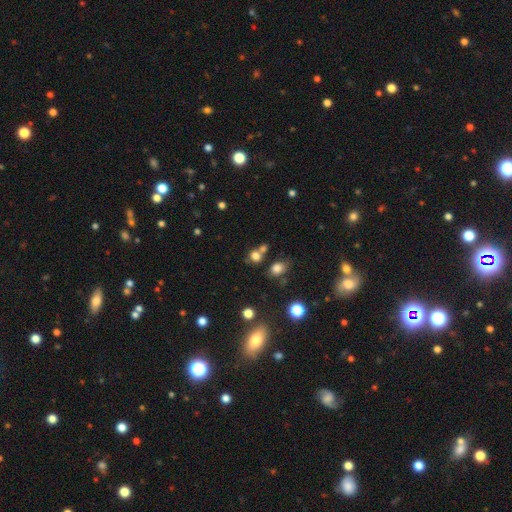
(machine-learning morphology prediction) Q: Smooth or featured?
A: smooth (74%); runner-up: star or artifact (17%)
Q: How rounded?
A: round (65%); runner-up: in between (33%)
Q: Merging?
A: none (53%); runner-up: merger (31%)